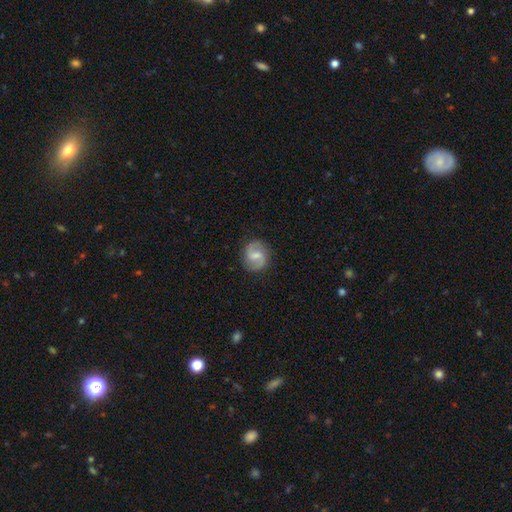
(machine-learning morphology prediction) A featured or disk galaxy (73%) with a weak bar (60%), 2 (91%) medium (50%) spiral arms (93%) and a moderate central bulge (43%).

Vote fractions:
- Smooth or featured? featured or disk: 73% / smooth: 21% / star or artifact: 6%
- Edge-on disk? no: 98% / yes: 2%
- Bar? weak: 60% / no: 22% / strong: 17%
- Spiral arms? yes: 93% / no: 7%
- Spiral winding? medium: 50% / loose: 33% / tight: 17%
- Spiral arm count? 2: 91% / can't tell: 4% / 1: 2% / 3: 1% / 4: 1% / more than 4: 1%
- Bulge size? moderate: 43% / small: 40% / none: 12% / large: 4% / dominant: 1%
- Merging? none: 85% / minor disturbance: 10% / major disturbance: 3% / merger: 1%